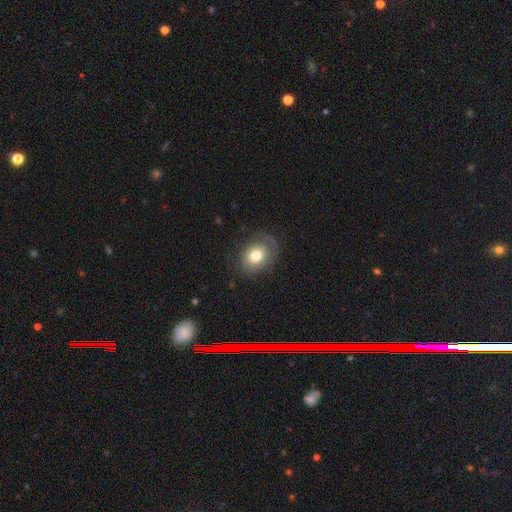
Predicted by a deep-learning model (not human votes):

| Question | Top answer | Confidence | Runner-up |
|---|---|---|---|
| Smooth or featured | smooth | 71% | featured or disk (20%) |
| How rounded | in between | 66% | round (33%) |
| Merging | none | 70% | minor disturbance (20%) |